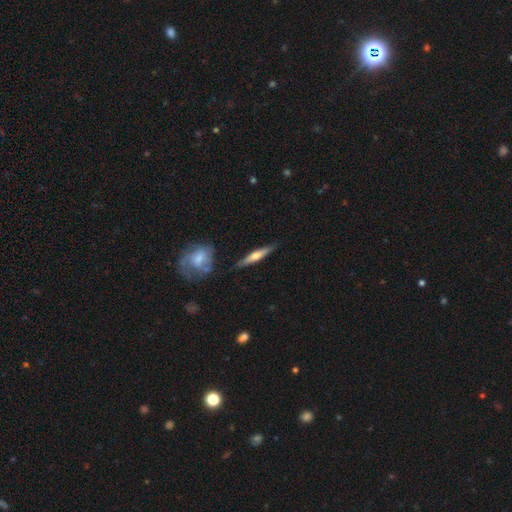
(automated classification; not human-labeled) Morphology: type=featured or disk (49%); merging=none (85%).